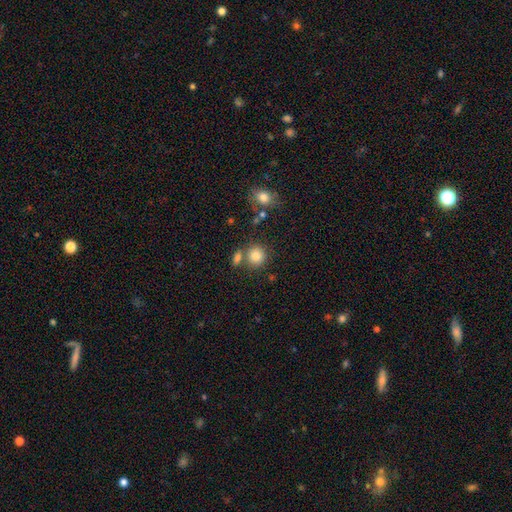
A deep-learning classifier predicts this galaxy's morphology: A smooth galaxy with no disk features (83%) that is round (85%). Merging: none (65%).